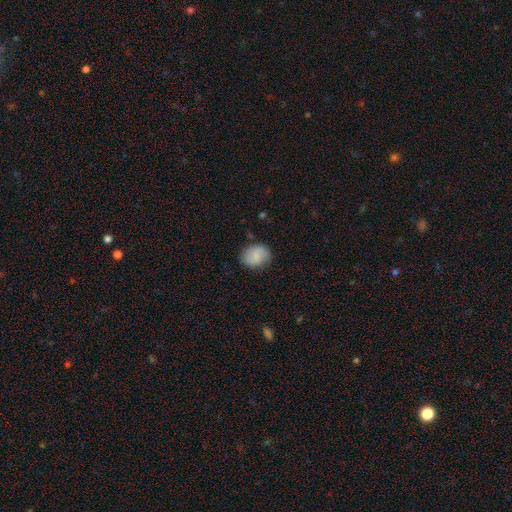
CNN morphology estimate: Smooth or featured: smooth — 81% (featured or disk — 12%)
How rounded: round — 50% (in between — 49%)
Merging: none — 79% (minor disturbance — 16%)